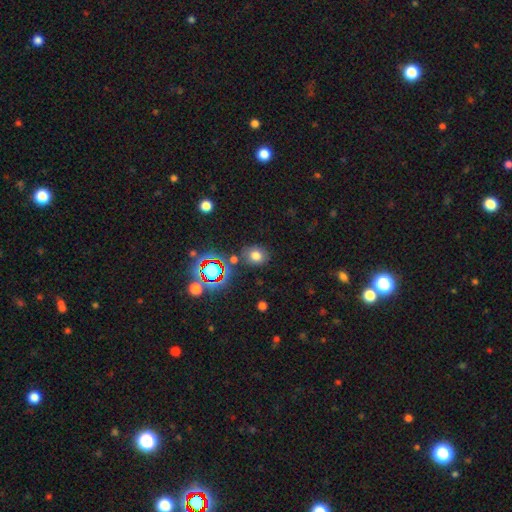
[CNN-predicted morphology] A smooth galaxy with no disk features (70%) that is round (58%). Merging: none (77%).